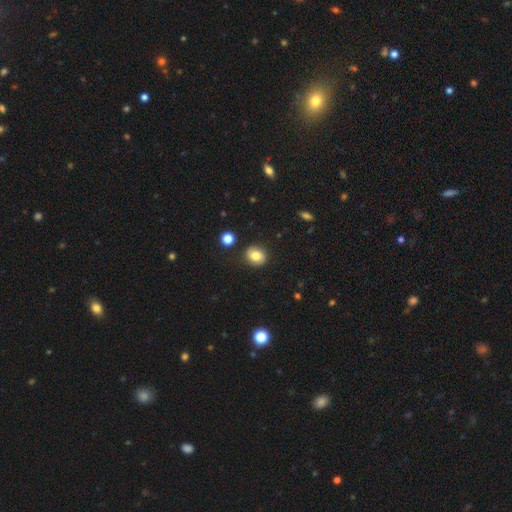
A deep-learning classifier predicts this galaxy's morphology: This is likely a smooth galaxy (74%). How rounded: likely round (75%). Merging: clearly none (86%).